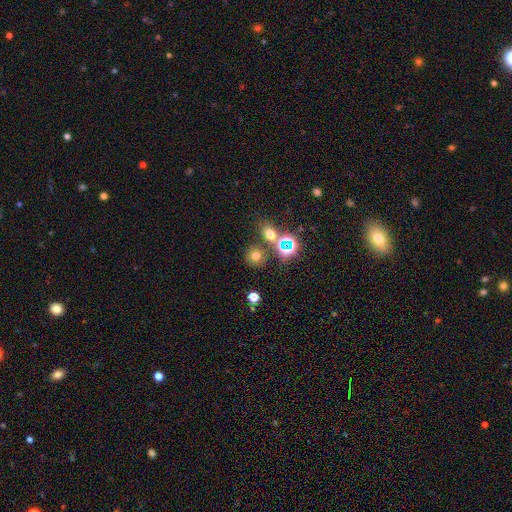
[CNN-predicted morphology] The model was most divided on "smooth or featured": smooth: 66%, star or artifact: 26%, featured or disk: 9%. More confident: how rounded — round (86%); merging — none (75%).